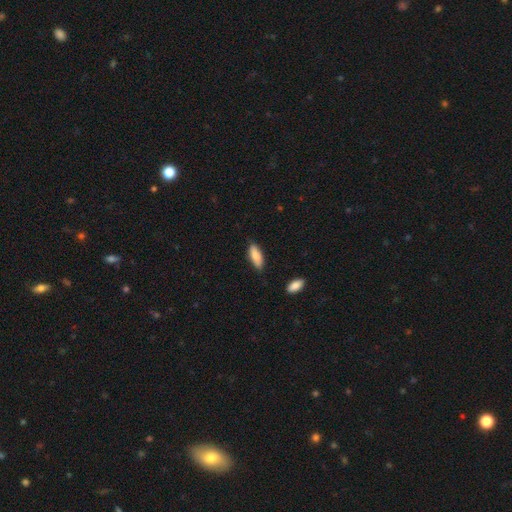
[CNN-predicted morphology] This is likely a smooth galaxy (80%). How rounded: likely in between (74%). Merging: clearly none (80%).